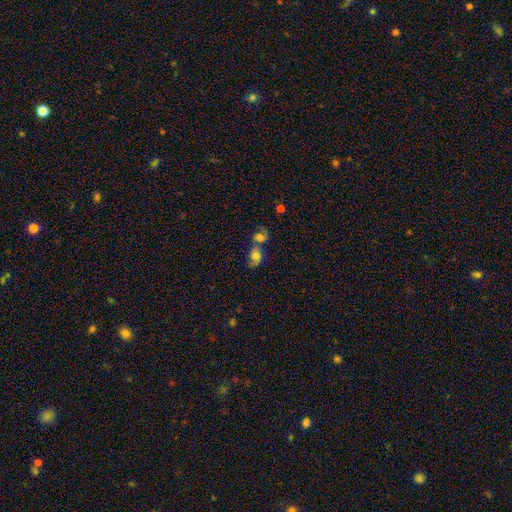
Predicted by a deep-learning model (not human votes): This is possibly a smooth galaxy (54%). How rounded: possibly in between (58%). Merging: likely merger (65%).